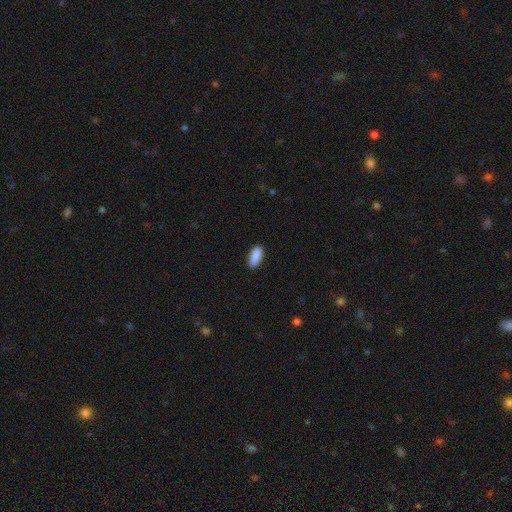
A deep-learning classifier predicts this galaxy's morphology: Overall: smooth (90%). How rounded: in between (84%). Merging: none (81%).